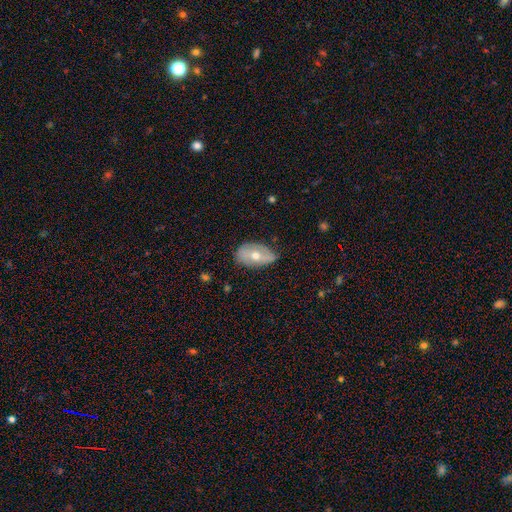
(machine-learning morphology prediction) smooth 48%, featured or disk 45%, star or artifact 7%. Down the decision tree: merging — none (64%).